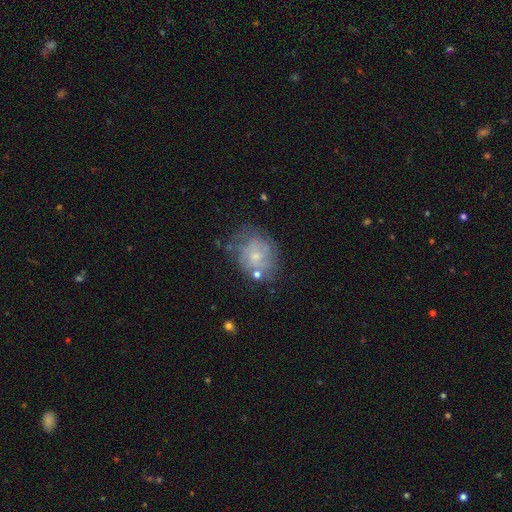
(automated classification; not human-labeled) A featured or disk galaxy (61%) with no bar (74%), spiral arms (70%) and a small central bulge (63%). Merging: none (58%).